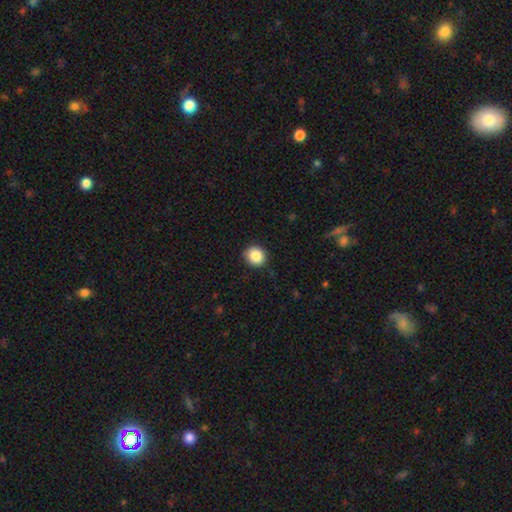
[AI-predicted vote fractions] smooth 87%, star or artifact 9%, featured or disk 4%. Down the decision tree: how rounded — round (84%); merging — none (89%).